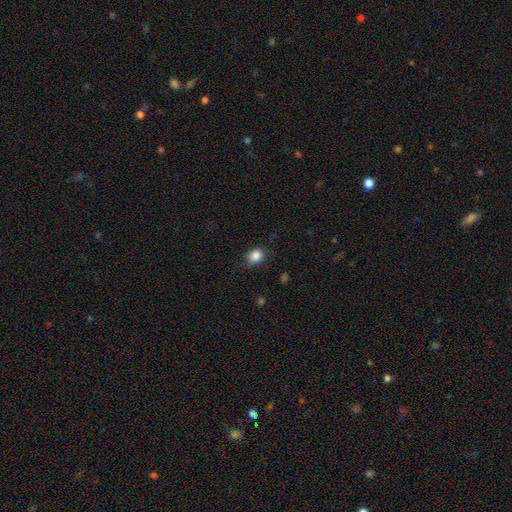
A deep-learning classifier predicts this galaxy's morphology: Smooth or featured? smooth (86%)
How rounded? round (53%)
Merging? none (77%)